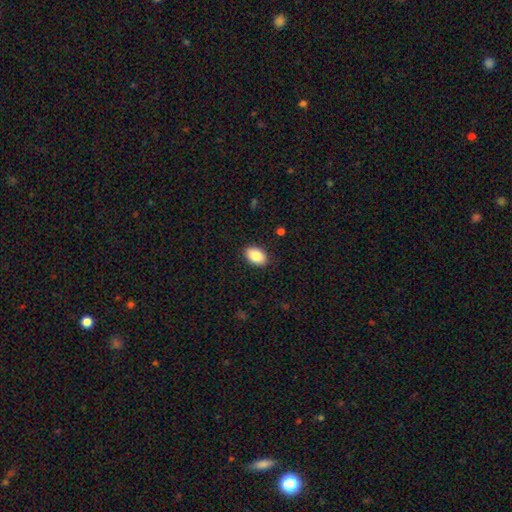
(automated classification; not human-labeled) This is clearly a smooth galaxy (86%). How rounded: clearly in between (90%). Merging: clearly none (89%).